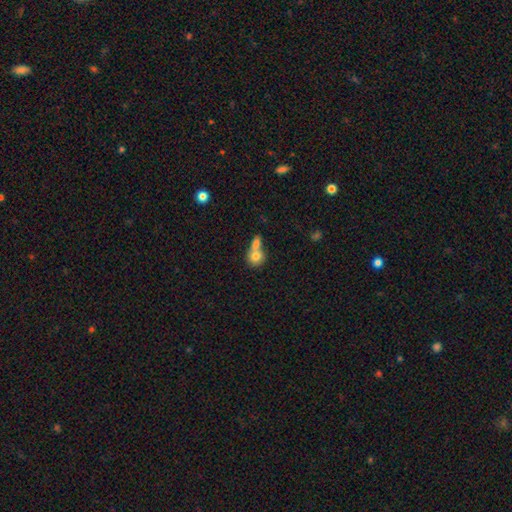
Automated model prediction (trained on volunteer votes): This is likely a smooth galaxy (77%). How rounded: likely round (75%). Merging: likely merger (64%).